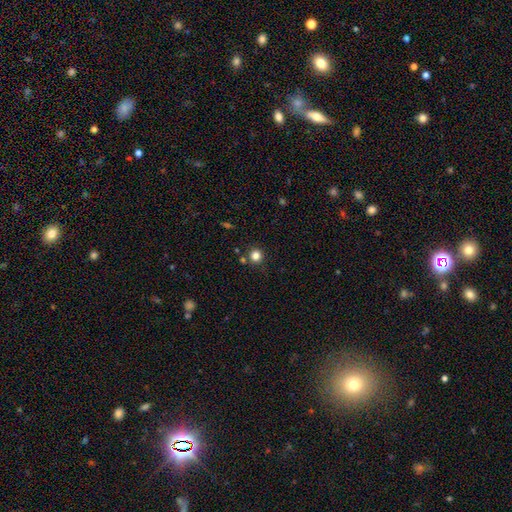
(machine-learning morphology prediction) Smooth or featured? smooth (81%)
How rounded? round (94%)
Merging? none (83%)